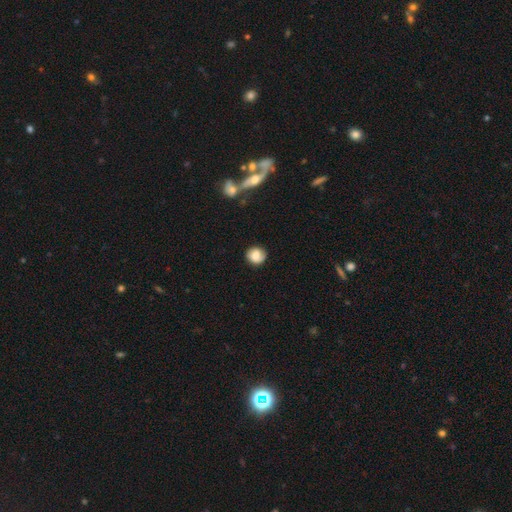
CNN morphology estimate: Smooth or featured?
  - smooth: 74% *
  - featured or disk: 18%
  - star or artifact: 8%
How rounded?
  - round: 84% *
  - in between: 15%
  - cigar-shaped: 1%
Merging?
  - none: 78% *
  - minor disturbance: 16%
  - major disturbance: 4%
  - merger: 2%